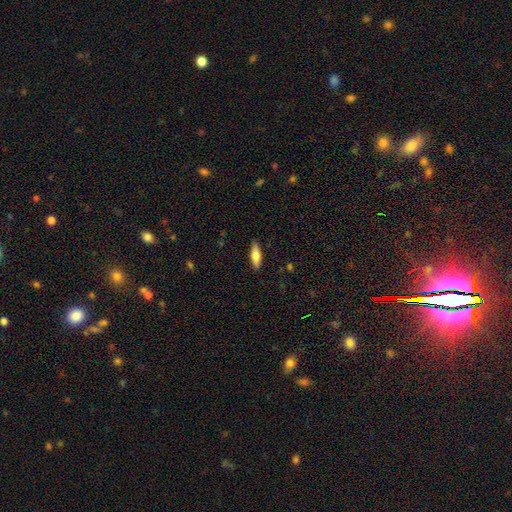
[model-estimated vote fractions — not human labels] Smooth or featured? smooth (65%)
How rounded? cigar-shaped (53%)
Merging? none (87%)